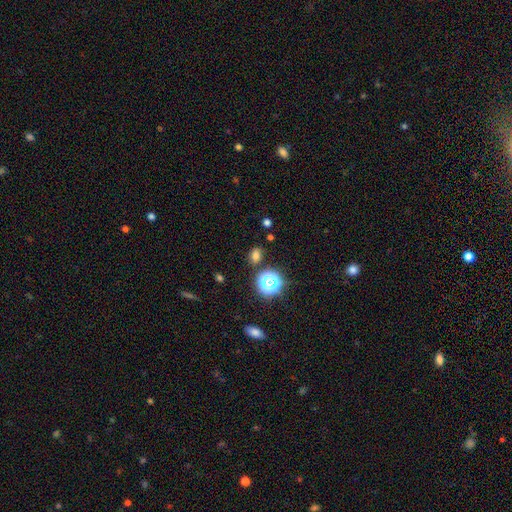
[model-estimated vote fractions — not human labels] Q: Smooth or featured?
A: smooth (70%); runner-up: star or artifact (24%)
Q: How rounded?
A: in between (59%); runner-up: round (39%)
Q: Merging?
A: none (80%); runner-up: minor disturbance (12%)